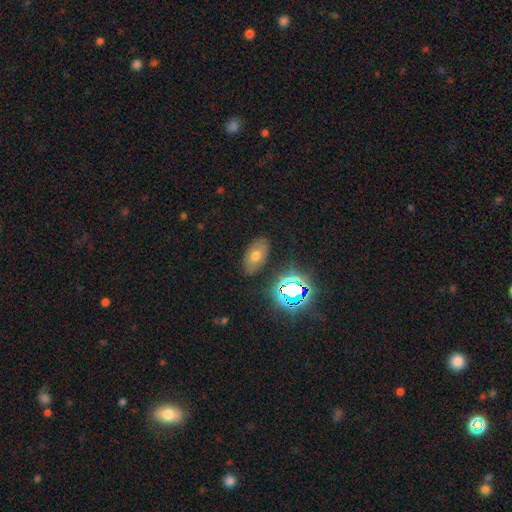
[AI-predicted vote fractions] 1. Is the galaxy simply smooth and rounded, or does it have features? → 57% smooth, 22% featured or disk, 21% star or artifact.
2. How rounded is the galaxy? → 90% in between, 8% round, 2% cigar-shaped.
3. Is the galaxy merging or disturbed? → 83% none, 12% minor disturbance, 3% major disturbance, 2% merger.